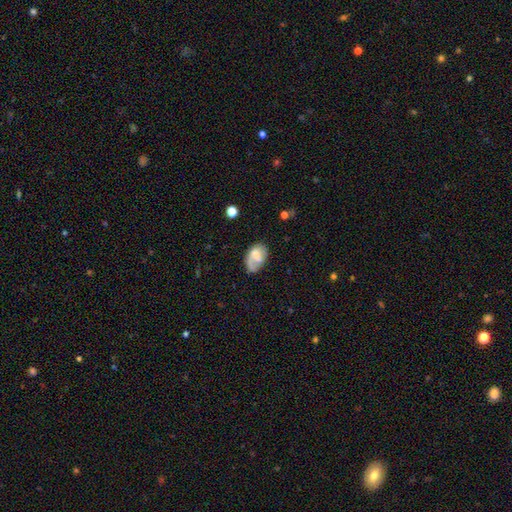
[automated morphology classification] Smooth or featured?
  - smooth: 55% *
  - featured or disk: 36%
  - star or artifact: 9%
How rounded?
  - in between: 88% *
  - round: 11%
  - cigar-shaped: 2%
Merging?
  - none: 50% *
  - minor disturbance: 27%
  - major disturbance: 18%
  - merger: 5%